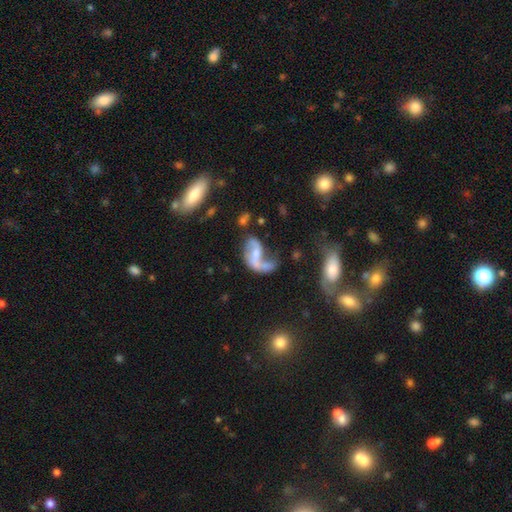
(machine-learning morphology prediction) Smooth or featured? Predicted: featured or disk (p=0.68). Edge-on disk? Predicted: no (p=0.96). Bar? Predicted: no (p=0.47). Spiral arms? Predicted: yes (p=0.76). Bulge size? Predicted: moderate (p=0.39, tied with small). Merging? Predicted: merger (p=0.31).